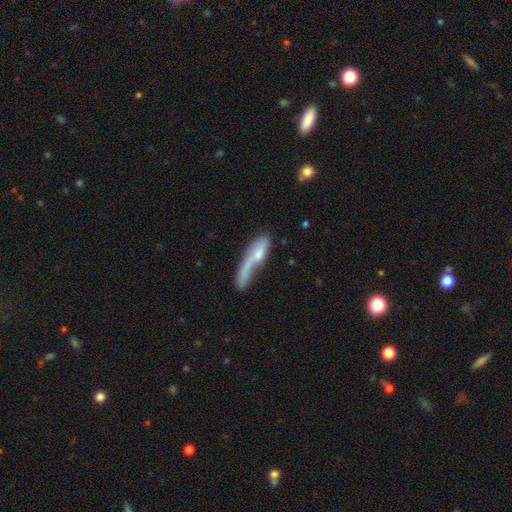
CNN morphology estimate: Smooth or featured? smooth (50%)
How rounded? cigar-shaped (69%)
Merging? major disturbance (29%)